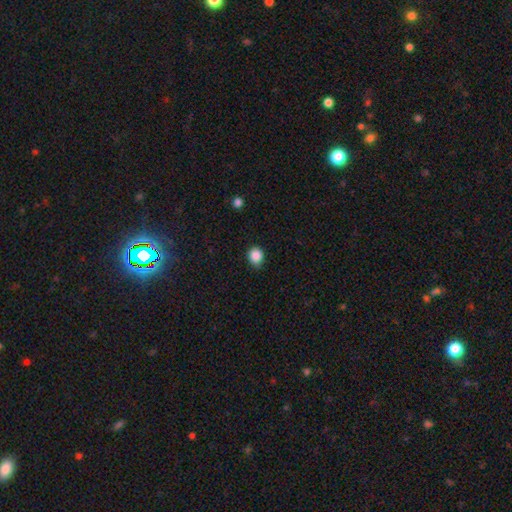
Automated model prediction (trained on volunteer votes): smooth 87%, star or artifact 10%, featured or disk 3%. Down the decision tree: how rounded — round (79%); merging — none (78%).